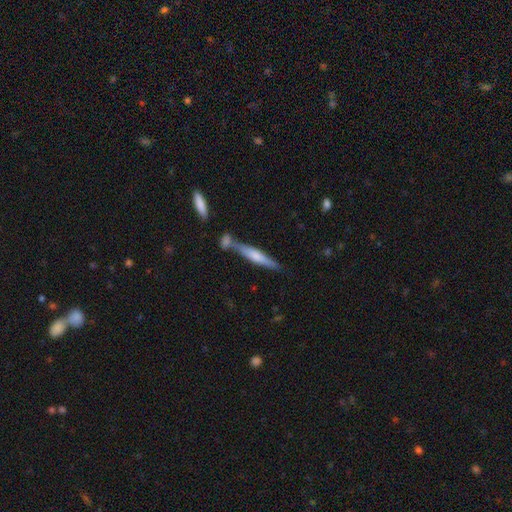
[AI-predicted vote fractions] Smooth or featured? Predicted: smooth (p=0.51). How rounded? Predicted: cigar-shaped (p=0.90). Merging? Predicted: none (p=0.63).